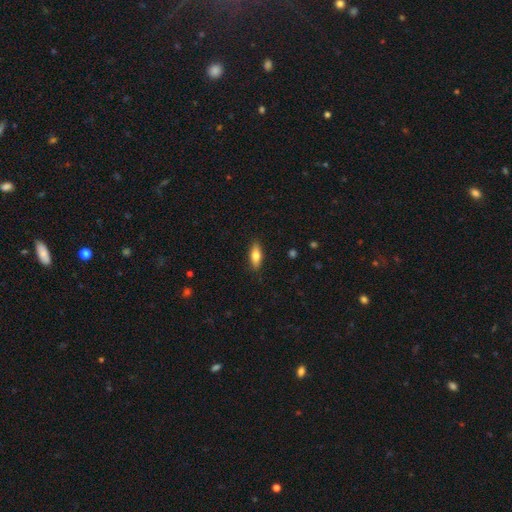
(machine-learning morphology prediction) This appears to be a smooth galaxy with no disk features (76%) that is in between round and cigar-shaped (74%). Merging: none (87%).